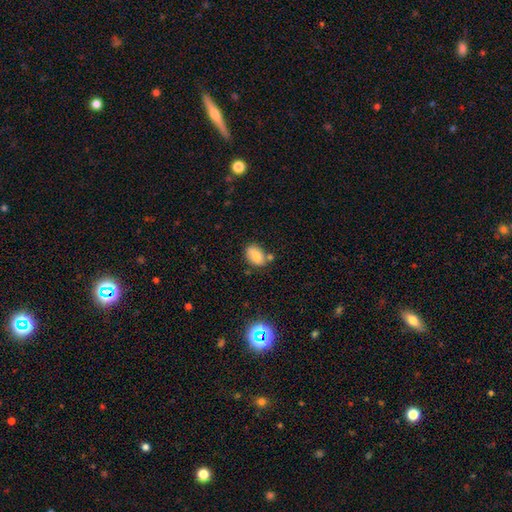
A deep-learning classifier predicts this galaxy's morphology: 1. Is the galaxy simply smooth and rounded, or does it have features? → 82% smooth, 9% star or artifact, 8% featured or disk.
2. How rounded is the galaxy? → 85% in between, 14% round, 1% cigar-shaped.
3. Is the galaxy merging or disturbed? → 67% none, 17% minor disturbance, 13% merger, 4% major disturbance.